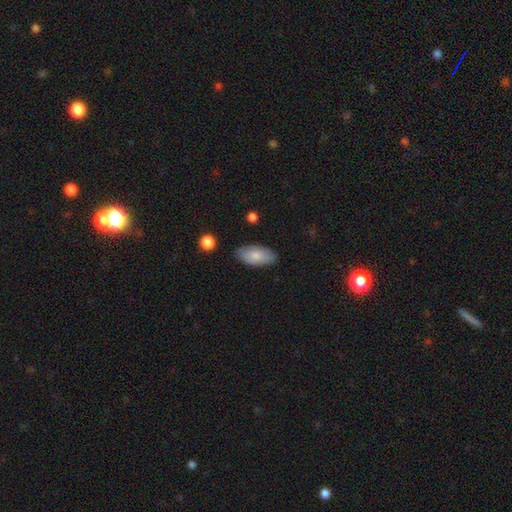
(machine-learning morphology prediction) This is likely a smooth galaxy (78%). How rounded: clearly in between (93%). Merging: clearly none (80%).